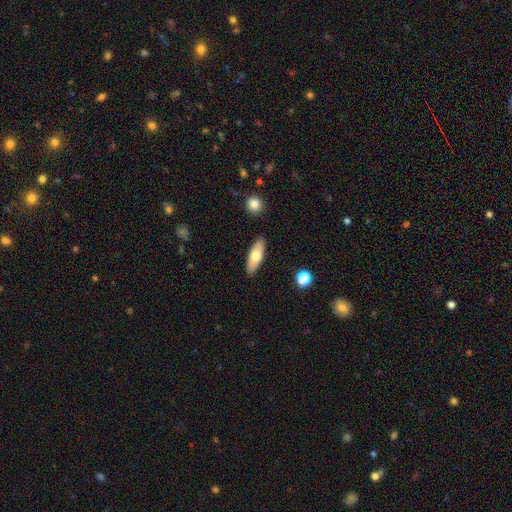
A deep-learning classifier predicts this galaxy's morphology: This is likely a smooth galaxy (68%). How rounded: likely in between (61%). Merging: clearly none (88%).